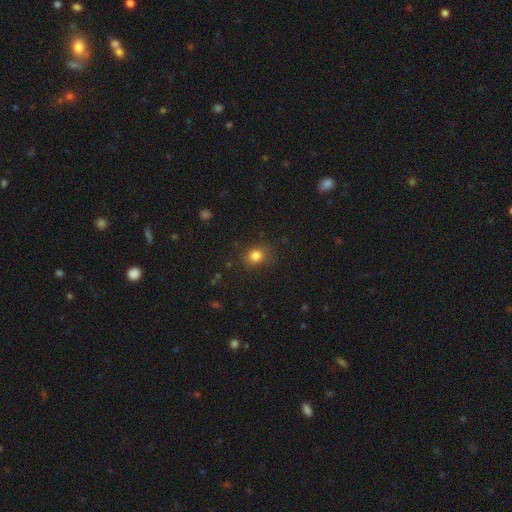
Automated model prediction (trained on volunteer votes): smooth 82%, star or artifact 12%, featured or disk 6%. Down the decision tree: how rounded — round (70%); merging — none (83%).